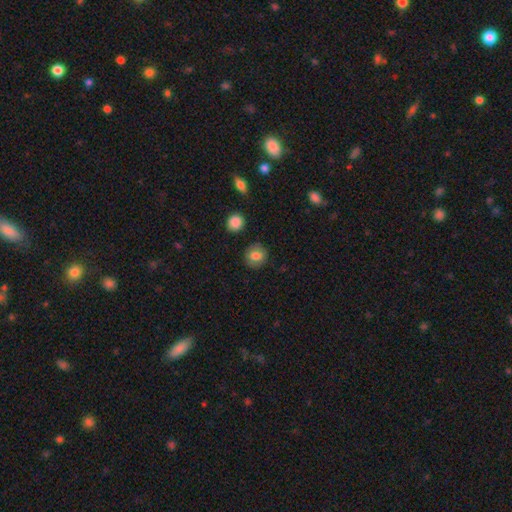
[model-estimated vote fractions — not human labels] Overall: smooth (80%). How rounded: round (83%). Merging: none (86%).